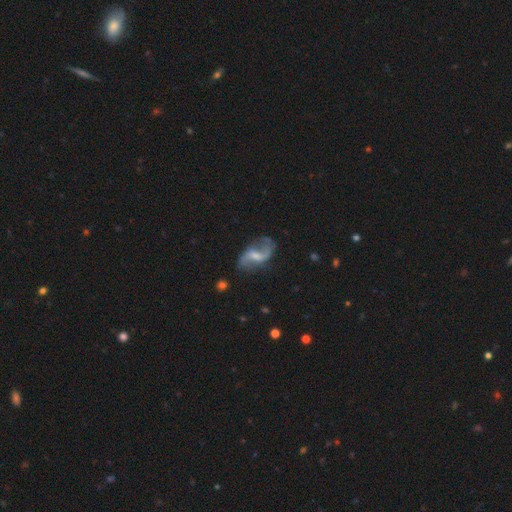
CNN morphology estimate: Overall: featured or disk (83%). Edge-on disk: no (97%). Bar: weak (53%; no 26%). Spiral arms: yes (94%). Spiral arm count: 2 (91%). Spiral winding: loose (77%). Bulge size: small (46%; moderate 39%). Merging: none (68%).